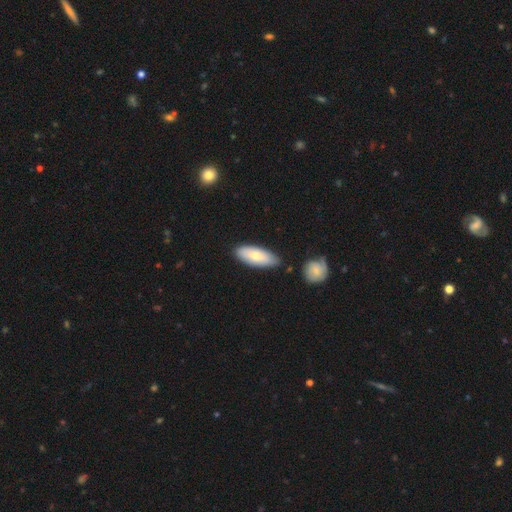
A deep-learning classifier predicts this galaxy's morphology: This appears to be a smooth galaxy with no disk features (71%) that is in between round and cigar-shaped (77%). Merging: none (78%).